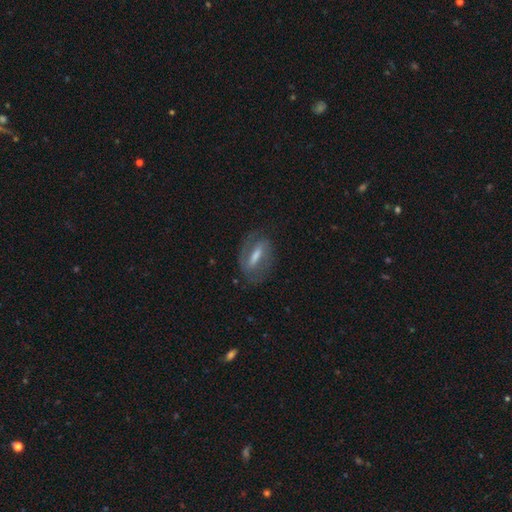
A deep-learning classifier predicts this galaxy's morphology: This appears to be a featured or disk galaxy (72%) with a strong bar (58%), spiral arms (81%) and a moderate central bulge (44%). Merging: none (74%).